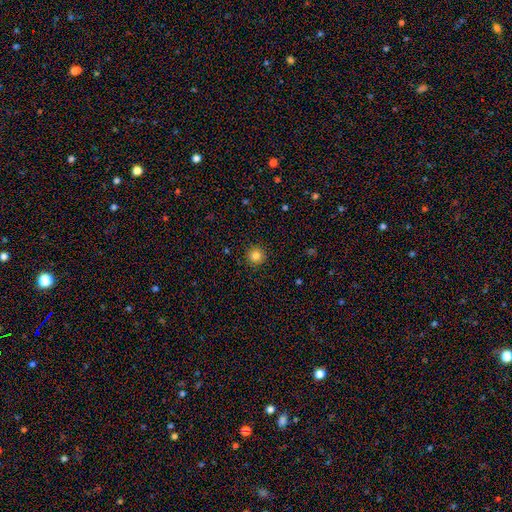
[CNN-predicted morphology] The model was most divided on "smooth or featured": smooth: 84%, star or artifact: 11%, featured or disk: 5%. More confident: how rounded — round (95%); merging — none (92%).